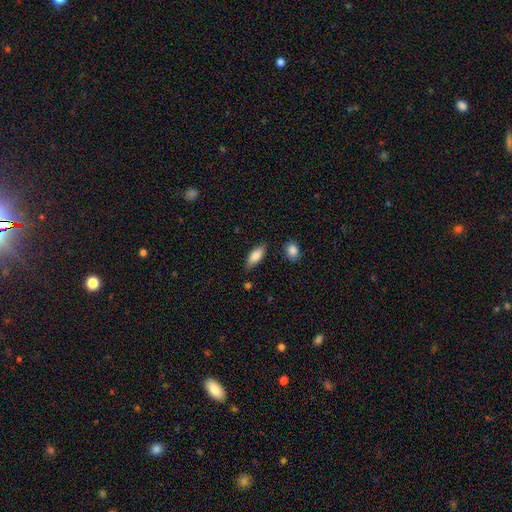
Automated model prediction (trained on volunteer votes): This is clearly a smooth galaxy (84%). How rounded: clearly in between (82%). Merging: likely none (76%).